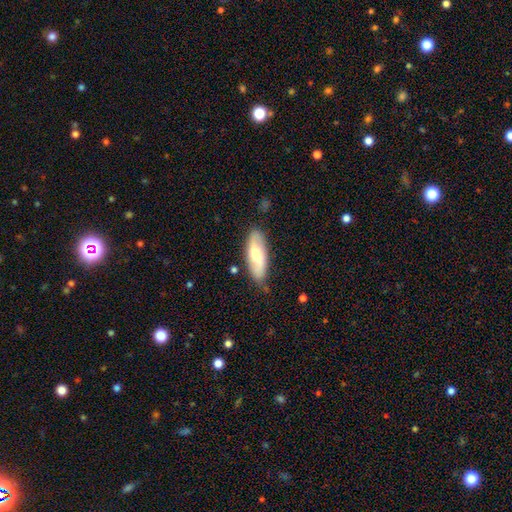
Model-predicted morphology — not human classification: A smooth galaxy with no disk features (52%) that is in between round and cigar-shaped (71%).

Vote fractions:
- Smooth or featured? smooth: 52% / featured or disk: 42% / star or artifact: 5%
- How rounded? in between: 71% / cigar-shaped: 26% / round: 2%
- Merging? none: 76% / minor disturbance: 18% / major disturbance: 4% / merger: 2%